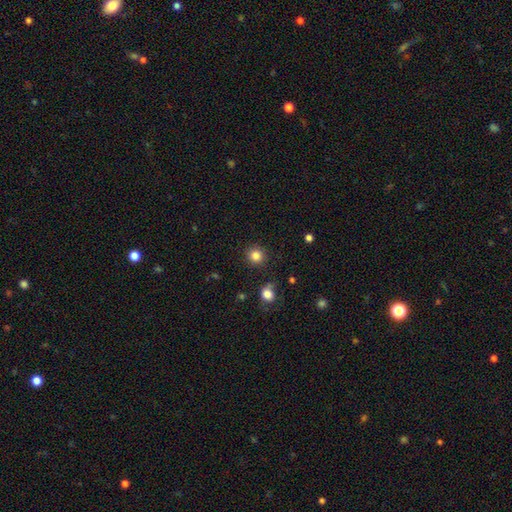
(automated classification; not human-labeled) This is clearly a smooth galaxy (84%). How rounded: clearly round (92%). Merging: clearly none (89%).